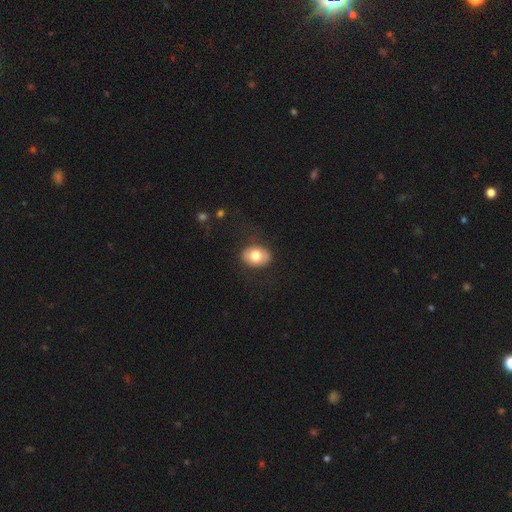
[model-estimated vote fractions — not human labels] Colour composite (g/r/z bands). It shows a smooth galaxy with no disk features (74%) that is in between round and cigar-shaped (70%). Merging: none (80%).